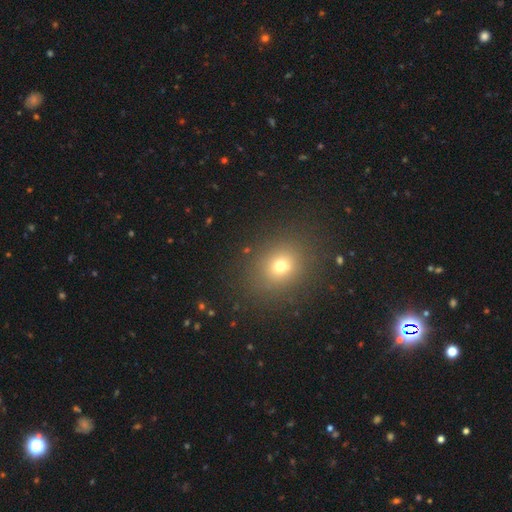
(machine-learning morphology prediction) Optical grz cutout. It shows a smooth galaxy with no disk features (61%) that is round (68%). Merging: none (91%).